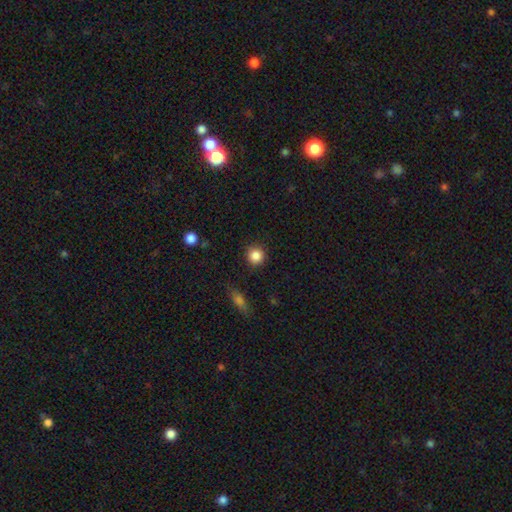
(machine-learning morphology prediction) smooth-or-featured: smooth: 86% | star or artifact: 10% | featured or disk: 4%
  how-rounded: round: 93% | in between: 6% | cigar-shaped: 1%
  merging: none: 89% | minor disturbance: 7% | major disturbance: 2% | merger: 1%